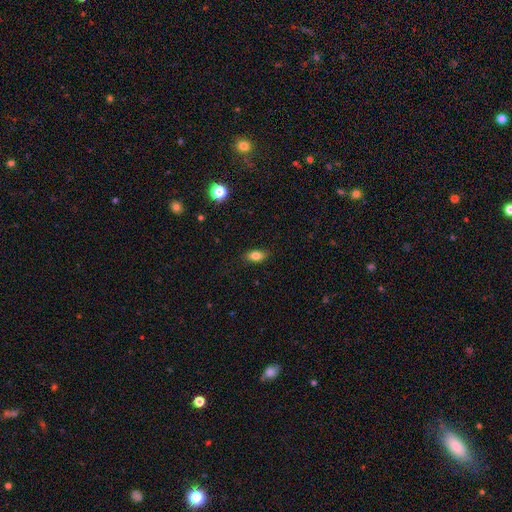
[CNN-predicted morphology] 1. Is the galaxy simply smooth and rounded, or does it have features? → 82% smooth, 9% star or artifact, 9% featured or disk.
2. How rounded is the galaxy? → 84% in between, 9% round, 6% cigar-shaped.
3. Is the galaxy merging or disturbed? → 85% none, 11% minor disturbance, 3% major disturbance, 1% merger.